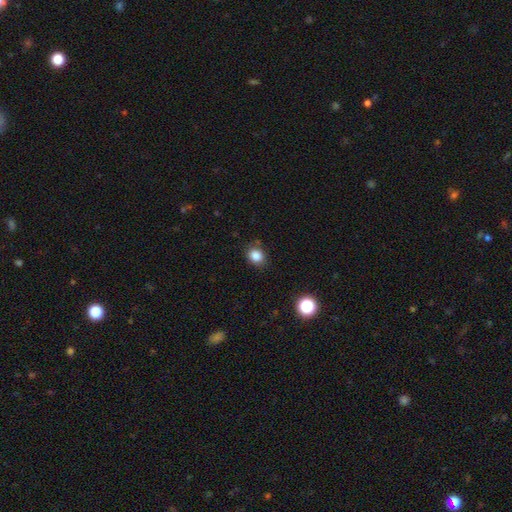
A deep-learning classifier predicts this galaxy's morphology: The model was most divided on "how rounded": round: 64%, in between: 35%, cigar-shaped: 1%. More confident: smooth or featured — smooth (85%); merging — none (82%).